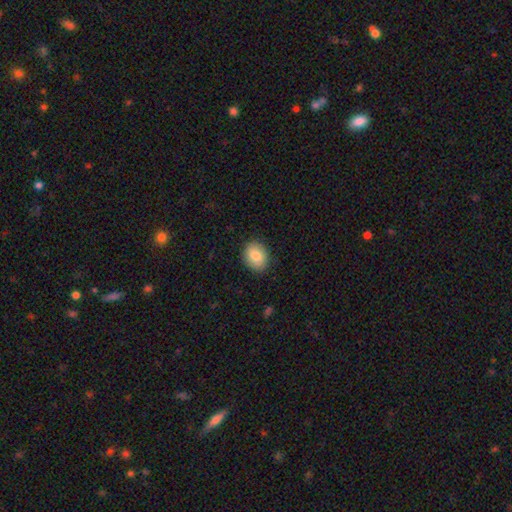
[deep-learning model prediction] This appears to be a smooth galaxy with no disk features (82%) that is round (52%). Merging: none (88%).